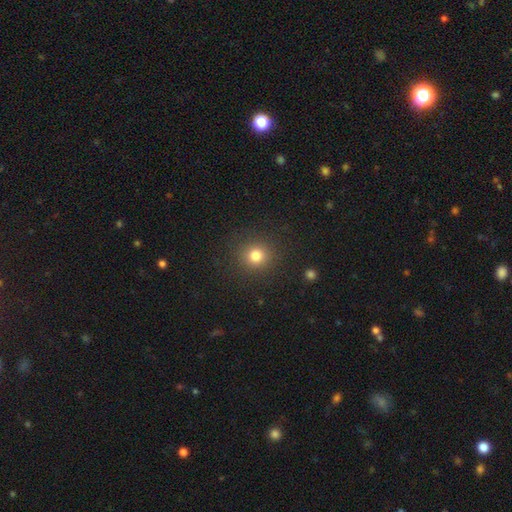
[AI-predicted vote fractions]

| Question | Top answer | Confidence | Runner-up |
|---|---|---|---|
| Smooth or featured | smooth | 79% | star or artifact (14%) |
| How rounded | round | 91% | in between (8%) |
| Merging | none | 89% | minor disturbance (6%) |